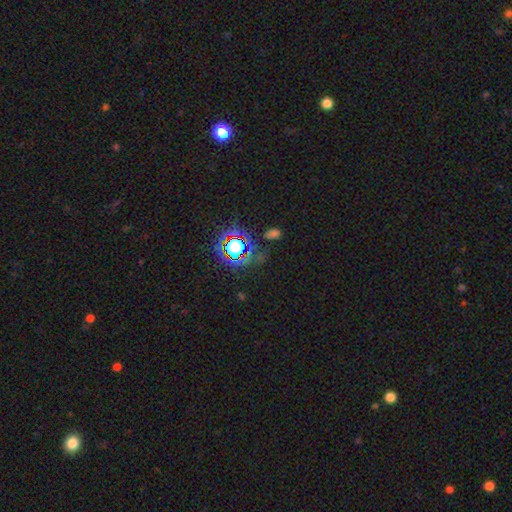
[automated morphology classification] A star or artifact, not a galaxy (81%).